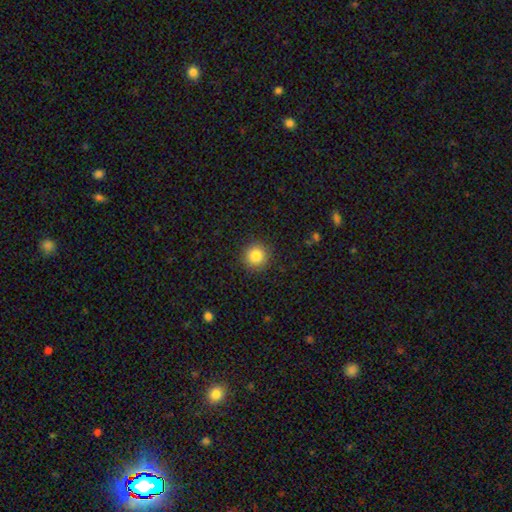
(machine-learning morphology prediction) Smooth or featured? smooth (84%)
How rounded? round (95%)
Merging? none (91%)